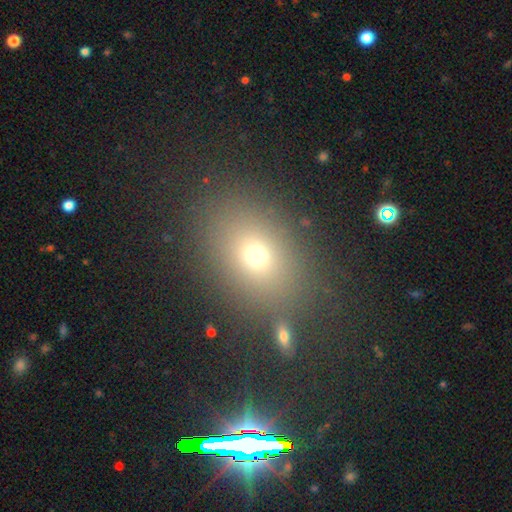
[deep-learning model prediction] Smooth or featured? Predicted: smooth (p=0.67). How rounded? Predicted: in between (p=0.58). Merging? Predicted: none (p=0.82).